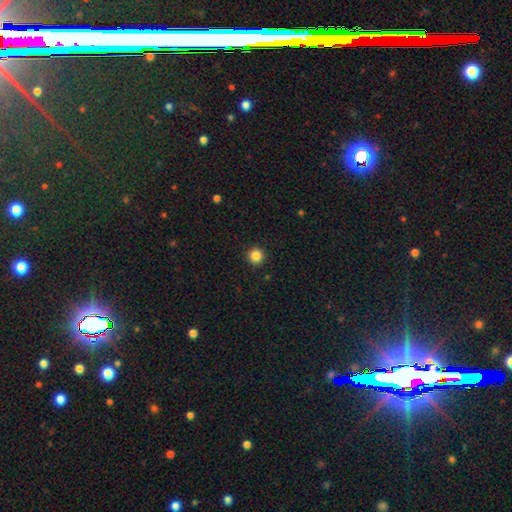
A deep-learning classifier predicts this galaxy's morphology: smooth 86%, star or artifact 11%, featured or disk 3%. Down the decision tree: how rounded — round (96%); merging — none (93%).